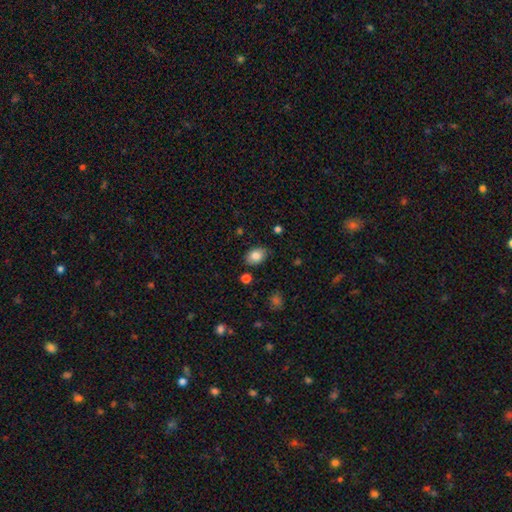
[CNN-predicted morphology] smooth 82%, featured or disk 9%, star or artifact 8%. Down the decision tree: how rounded — in between (80%); merging — none (83%).